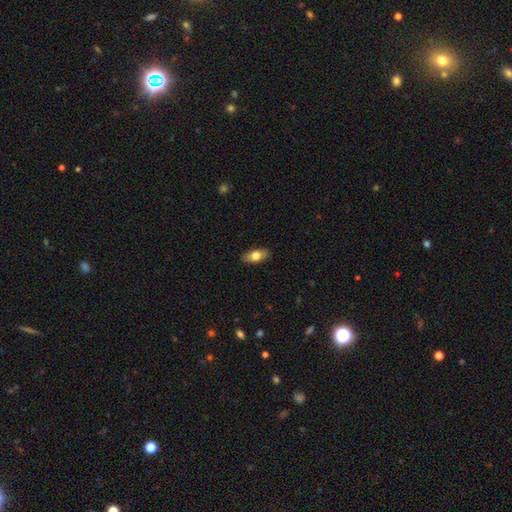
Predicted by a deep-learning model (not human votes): Overall: smooth (74%). How rounded: in between (87%). Merging: none (88%).